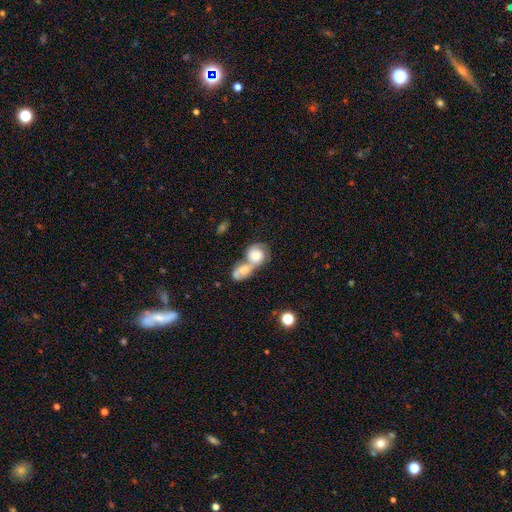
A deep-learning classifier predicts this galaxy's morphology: This is possibly a smooth galaxy (52%). How rounded: likely round (70%). Merging: likely merger (72%).